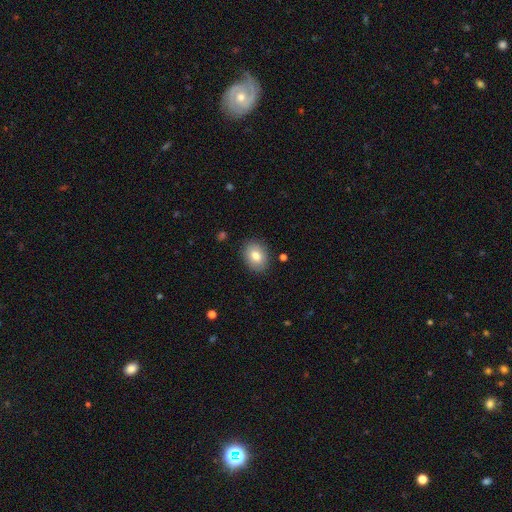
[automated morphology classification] Overall: smooth (80%). How rounded: in between (65%; round 34%). Merging: none (87%).